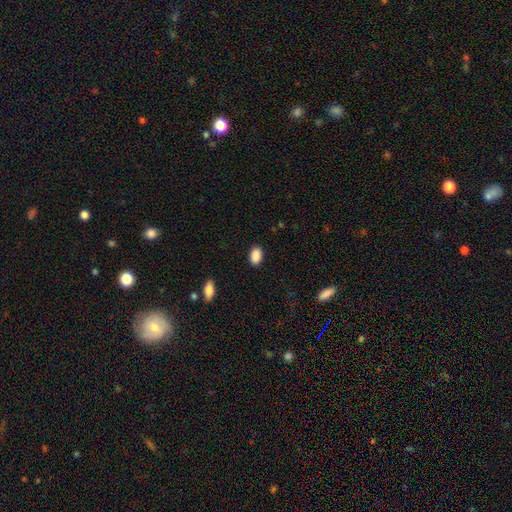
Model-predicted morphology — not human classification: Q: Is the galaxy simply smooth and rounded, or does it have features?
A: smooth — 90%.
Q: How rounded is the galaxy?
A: in between — 90%.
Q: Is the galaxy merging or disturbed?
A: none — 88%.